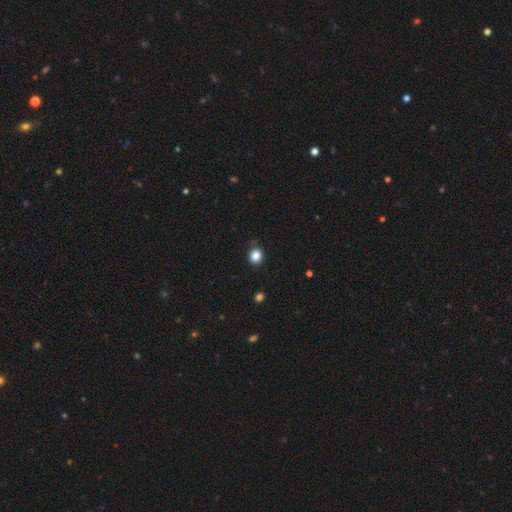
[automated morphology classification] smooth-or-featured: smooth: 85% | star or artifact: 11% | featured or disk: 4%
  how-rounded: round: 82% | in between: 17% | cigar-shaped: 1%
  merging: none: 87% | minor disturbance: 9% | major disturbance: 2% | merger: 2%